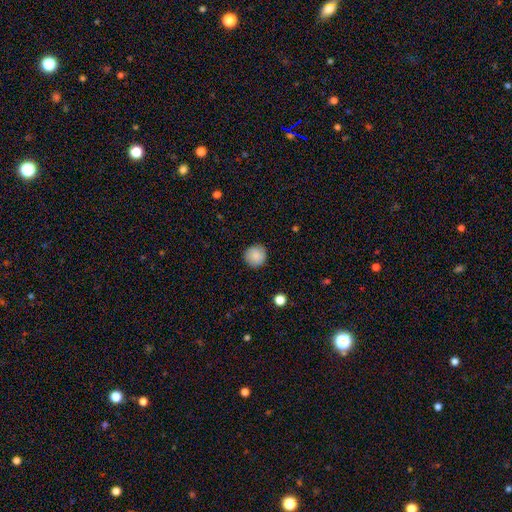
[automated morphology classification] This is clearly a smooth galaxy (86%). How rounded: clearly round (94%). Merging: clearly none (90%).